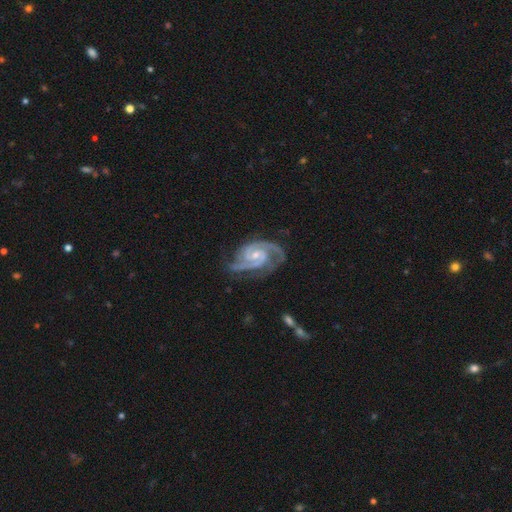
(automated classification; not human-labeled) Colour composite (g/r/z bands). It shows a featured or disk galaxy (94%) with no bar (44%), 2 (71%) medium (48%) spiral arms (99%) and a small central bulge (57%). Merging: none (70%).